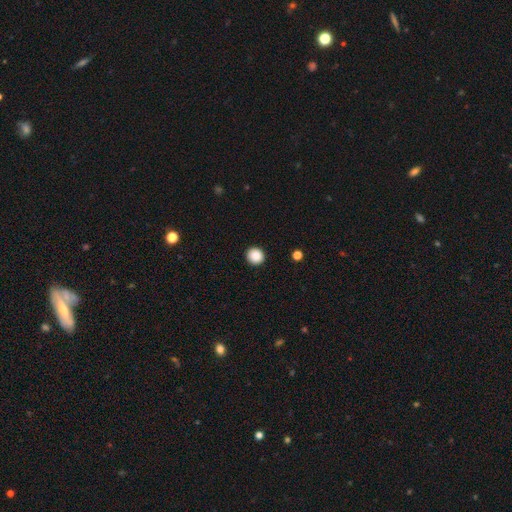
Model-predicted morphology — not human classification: Smooth or featured? smooth (87%)
How rounded? round (94%)
Merging? none (93%)